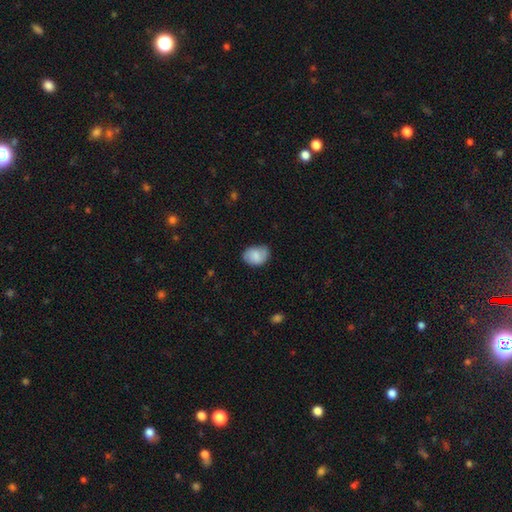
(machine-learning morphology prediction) Smooth or featured? Predicted: smooth (p=0.78). How rounded? Predicted: in between (p=0.72). Merging? Predicted: none (p=0.66).